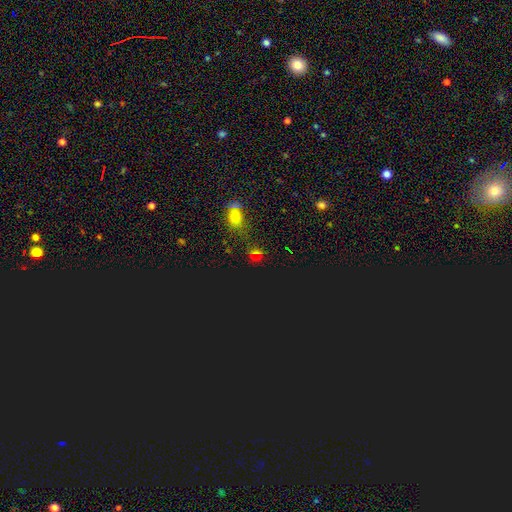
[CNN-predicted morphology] Smooth or featured?
  - star or artifact: 61% *
  - smooth: 31%
  - featured or disk: 8%